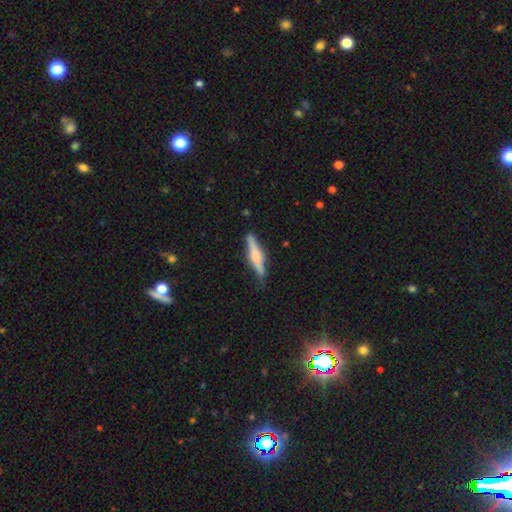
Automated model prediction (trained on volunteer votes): The model was most divided on "smooth or featured": featured or disk: 58%, smooth: 36%, star or artifact: 6%. More confident: edge-on disk — yes (97%); merging — none (84%); edge-on bulge — rounded (79%).